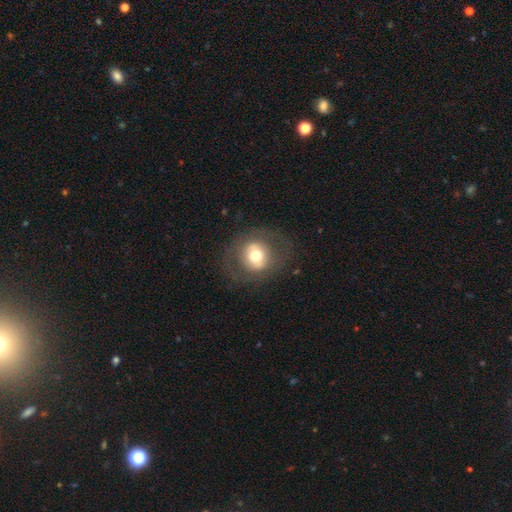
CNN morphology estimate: Smooth or featured?
  - smooth: 56% *
  - featured or disk: 35%
  - star or artifact: 9%
How rounded?
  - round: 81% *
  - in between: 18%
  - cigar-shaped: 1%
Merging?
  - none: 78% *
  - minor disturbance: 12%
  - major disturbance: 10%
  - merger: 1%